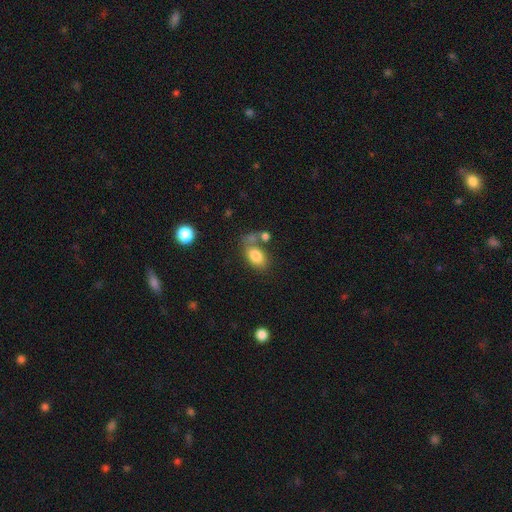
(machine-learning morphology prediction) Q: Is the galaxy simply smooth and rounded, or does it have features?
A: smooth — 81%.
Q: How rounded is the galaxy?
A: in between — 84%.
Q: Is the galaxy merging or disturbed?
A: none — 52%.